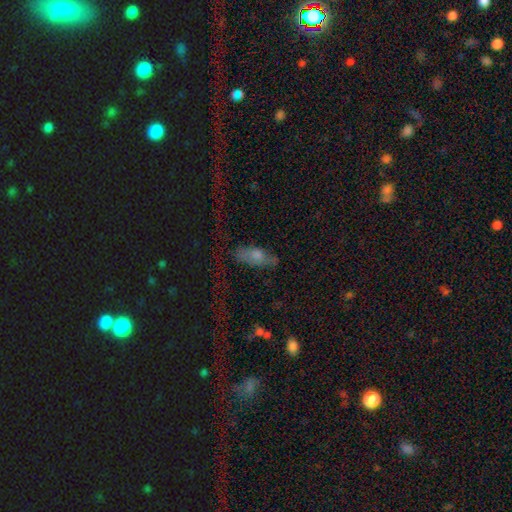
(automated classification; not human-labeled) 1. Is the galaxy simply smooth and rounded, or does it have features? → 66% smooth, 24% featured or disk, 11% star or artifact.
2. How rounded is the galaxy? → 69% in between, 28% cigar-shaped, 3% round.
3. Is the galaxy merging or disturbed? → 62% none, 24% minor disturbance, 11% major disturbance, 3% merger.